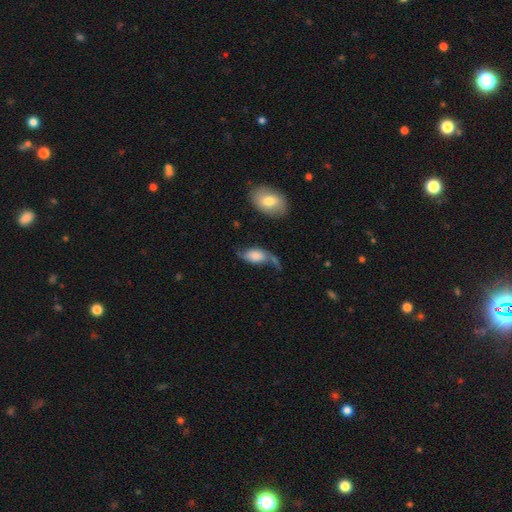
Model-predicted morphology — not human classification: Overall: featured or disk (51%; smooth 40%). Edge-on disk: no (91%). Merging: none (37%; minor disturbance 27%).